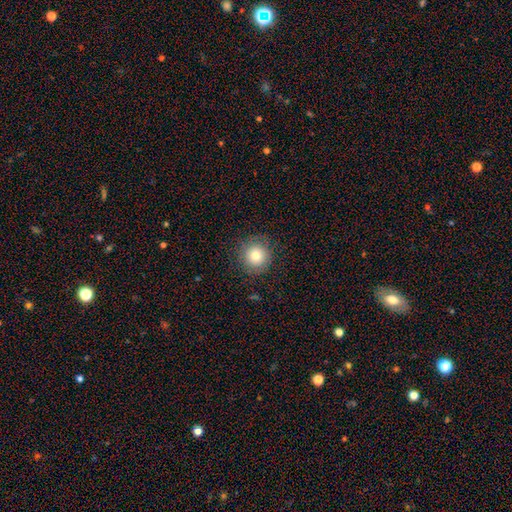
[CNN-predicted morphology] The model was most divided on "smooth or featured": smooth: 79%, star or artifact: 11%, featured or disk: 10%. More confident: how rounded — round (95%); merging — none (87%).